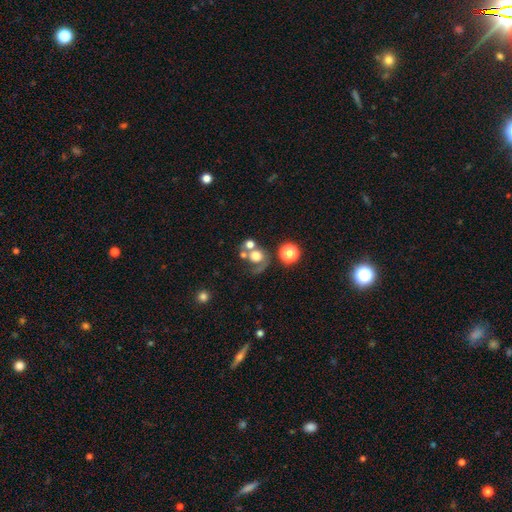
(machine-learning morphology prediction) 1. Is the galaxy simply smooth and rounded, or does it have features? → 59% smooth, 26% featured or disk, 15% star or artifact.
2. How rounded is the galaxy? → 77% round, 22% in between, 1% cigar-shaped.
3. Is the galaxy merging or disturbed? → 37% merger, 34% none, 17% major disturbance, 12% minor disturbance.